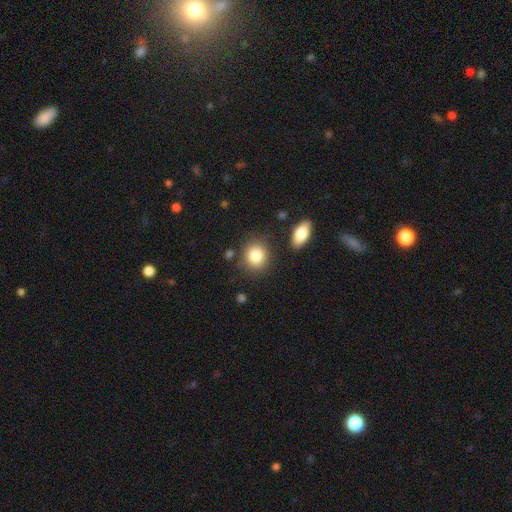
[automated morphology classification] This is clearly a smooth galaxy (85%). How rounded: likely round (78%). Merging: likely none (80%).